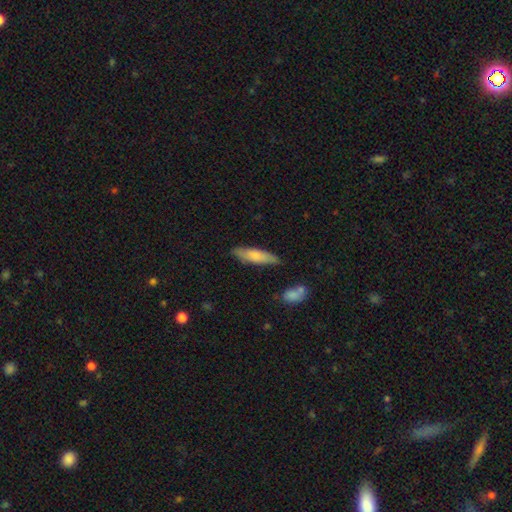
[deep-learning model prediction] A smooth galaxy with no disk features (74%) that is cigar-shaped (68%).

Vote fractions:
- Smooth or featured? smooth: 74% / featured or disk: 20% / star or artifact: 6%
- How rounded? cigar-shaped: 68% / in between: 31% / round: 2%
- Merging? none: 81% / minor disturbance: 14% / major disturbance: 3% / merger: 2%